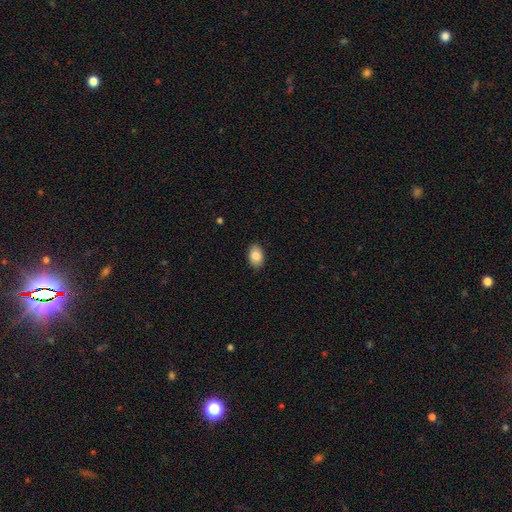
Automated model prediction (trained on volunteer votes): Morphology: type=smooth (87%); roundness=in between (86%); merging=none (88%).